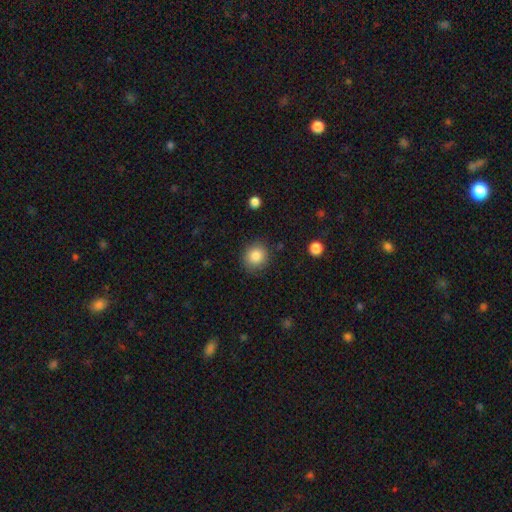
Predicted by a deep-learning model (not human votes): This appears to be a smooth galaxy with no disk features (85%) that is round (82%). Merging: none (86%).